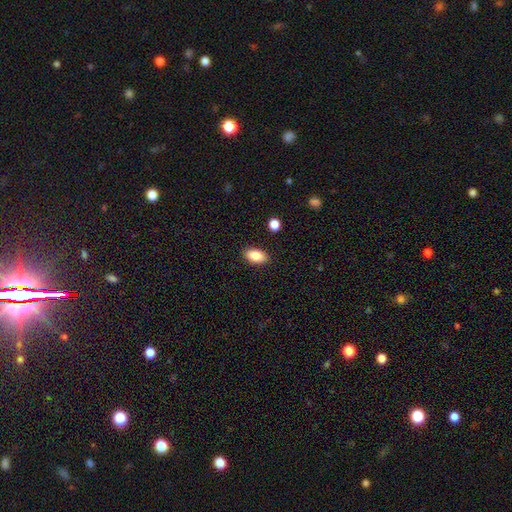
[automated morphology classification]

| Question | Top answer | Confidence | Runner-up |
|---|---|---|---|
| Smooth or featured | smooth | 85% | featured or disk (8%) |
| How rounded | in between | 92% | round (4%) |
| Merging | none | 89% | minor disturbance (8%) |